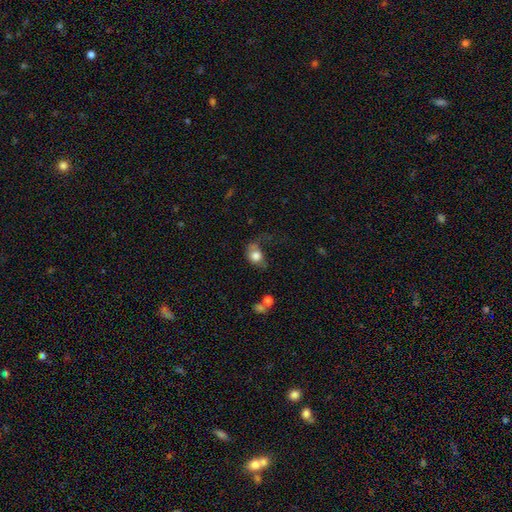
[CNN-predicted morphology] Q: Smooth or featured?
A: smooth (75%); runner-up: featured or disk (16%)
Q: How rounded?
A: round (54%); runner-up: in between (45%)
Q: Merging?
A: major disturbance (38%); runner-up: none (30%)